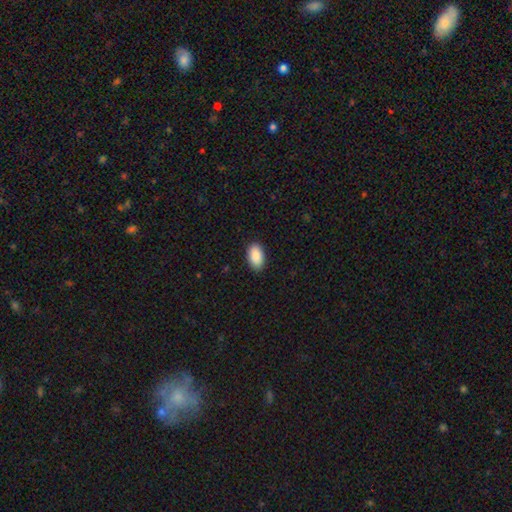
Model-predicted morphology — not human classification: Smooth or featured? smooth (91%)
How rounded? in between (95%)
Merging? none (89%)